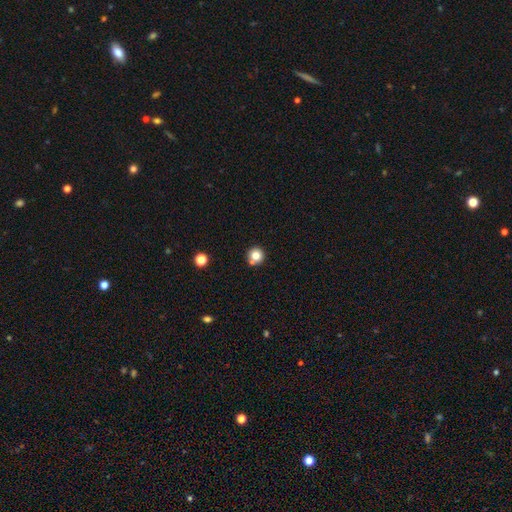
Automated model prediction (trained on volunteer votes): Q: Smooth or featured?
A: smooth (80%); runner-up: star or artifact (12%)
Q: How rounded?
A: round (94%); runner-up: in between (5%)
Q: Merging?
A: none (75%); runner-up: merger (14%)